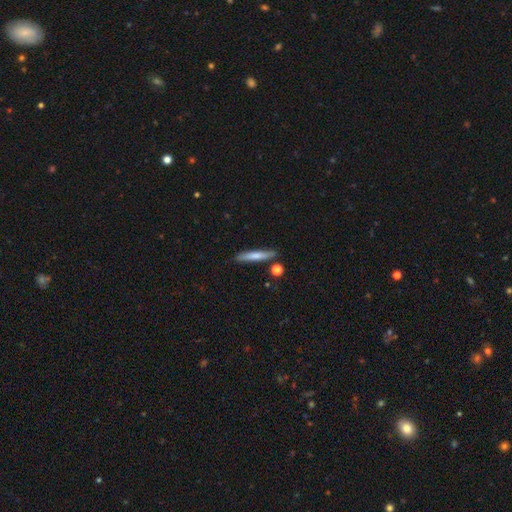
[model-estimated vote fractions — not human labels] A smooth galaxy with no disk features (68%) that is cigar-shaped (92%). Merging: none (83%).